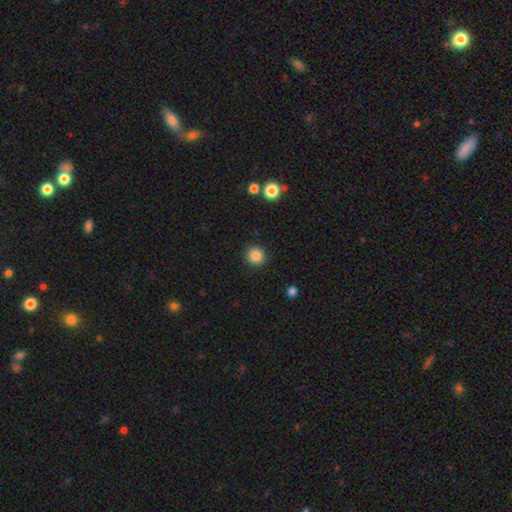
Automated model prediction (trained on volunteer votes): smooth_or_featured: smooth (p=0.86) [alt: star or artifact p=0.11]
how_rounded: round (p=0.93) [alt: in between p=0.06]
merging: none (p=0.92) [alt: minor disturbance p=0.05]